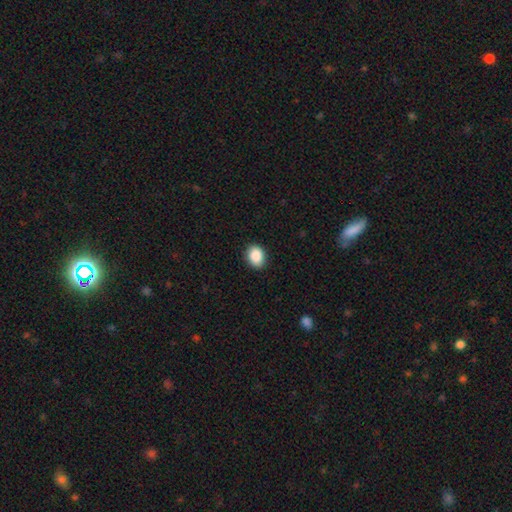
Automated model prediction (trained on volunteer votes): smooth-or-featured: smooth: 89% | star or artifact: 8% | featured or disk: 3%
  how-rounded: in between: 62% | round: 37% | cigar-shaped: 1%
  merging: none: 90% | minor disturbance: 8% | major disturbance: 2% | merger: 1%